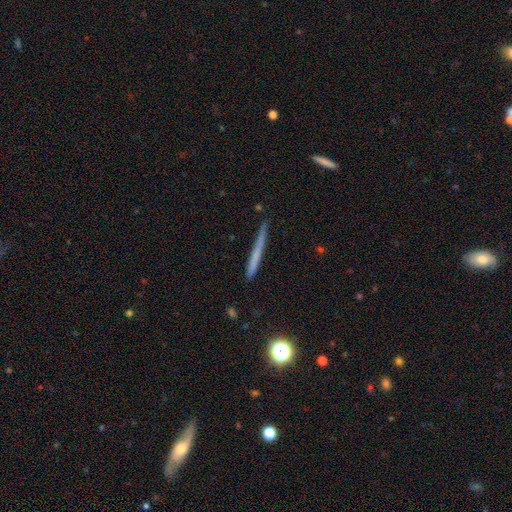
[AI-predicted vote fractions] Smooth or featured?
  - smooth: 54% *
  - featured or disk: 38%
  - star or artifact: 8%
How rounded?
  - cigar-shaped: 96% *
  - in between: 2%
  - round: 2%
Merging?
  - none: 86% *
  - minor disturbance: 11%
  - major disturbance: 2%
  - merger: 2%